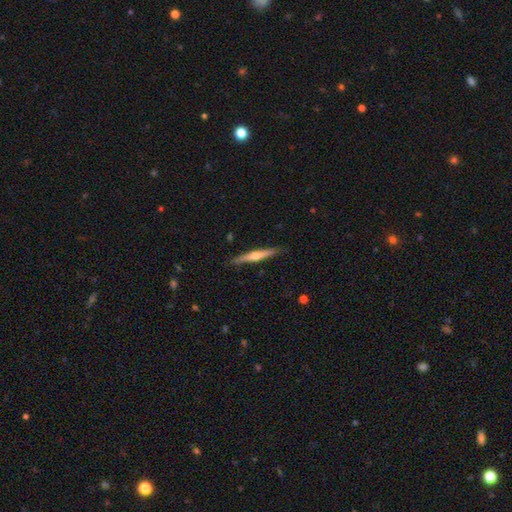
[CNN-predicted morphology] Smooth or featured?
  - featured or disk: 63% *
  - smooth: 31%
  - star or artifact: 6%
Edge-on disk?
  - yes: 97% *
  - no: 3%
Edge-on bulge?
  - rounded: 82% *
  - none: 12%
  - boxy: 6%
Merging?
  - none: 89% *
  - minor disturbance: 8%
  - major disturbance: 1%
  - merger: 1%